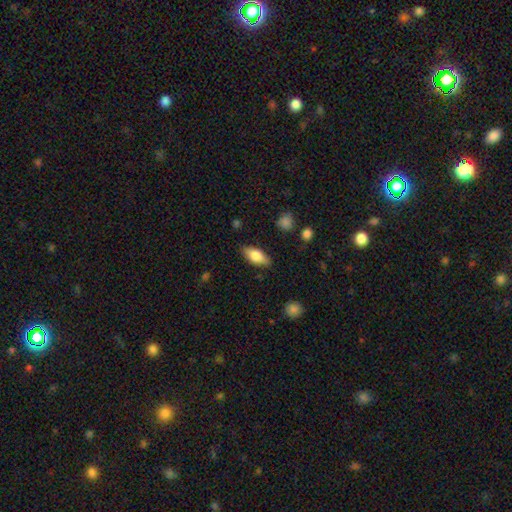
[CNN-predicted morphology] Smooth or featured?
  - smooth: 76% *
  - featured or disk: 18%
  - star or artifact: 7%
How rounded?
  - in between: 84% *
  - cigar-shaped: 13%
  - round: 3%
Merging?
  - none: 83% *
  - minor disturbance: 13%
  - major disturbance: 3%
  - merger: 1%